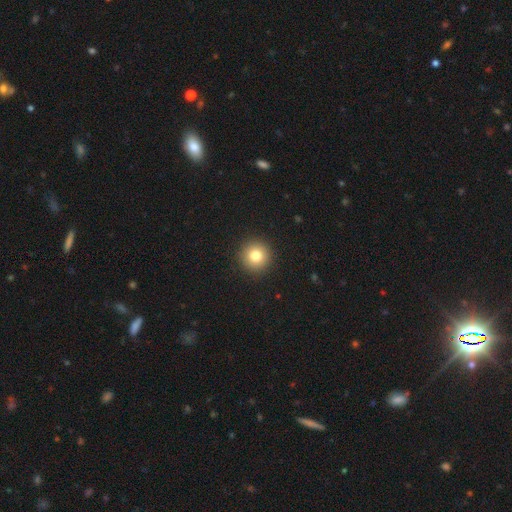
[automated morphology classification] The model was most divided on "smooth or featured": smooth: 79%, star or artifact: 11%, featured or disk: 9%. More confident: how rounded — round (95%); merging — none (93%).